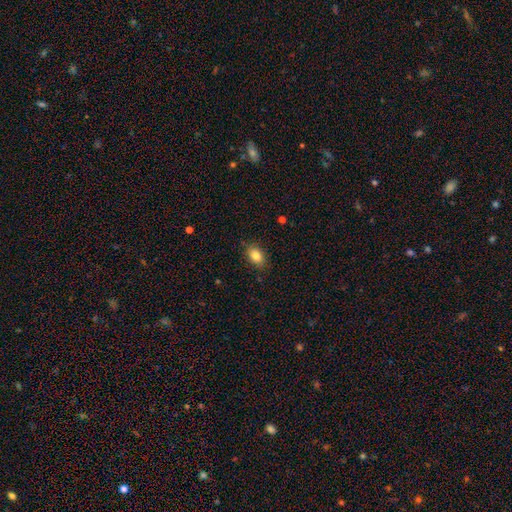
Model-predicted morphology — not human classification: Smooth or featured? smooth (83%)
How rounded? in between (84%)
Merging? none (84%)